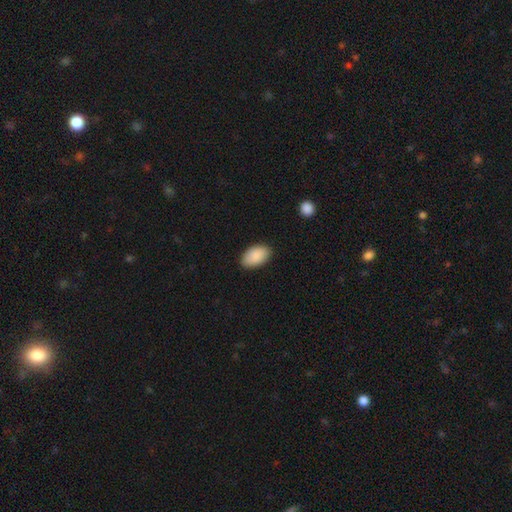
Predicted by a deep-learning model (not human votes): A smooth galaxy with no disk features (90%) that is in between round and cigar-shaped (94%). Merging: none (86%).